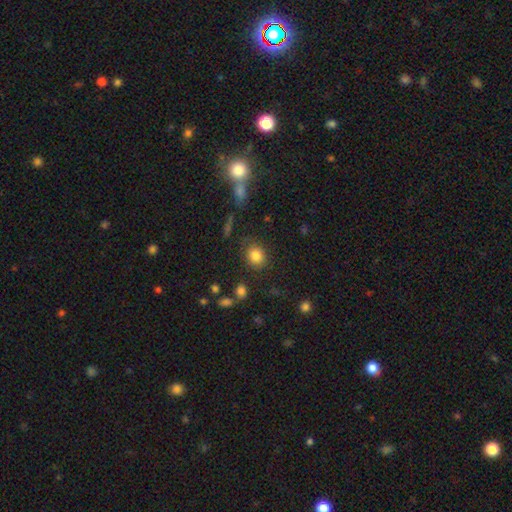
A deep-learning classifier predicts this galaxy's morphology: smooth_or_featured: smooth (p=0.83) [alt: star or artifact p=0.11]
how_rounded: round (p=0.68) [alt: in between p=0.31]
merging: none (p=0.81) [alt: minor disturbance p=0.12]